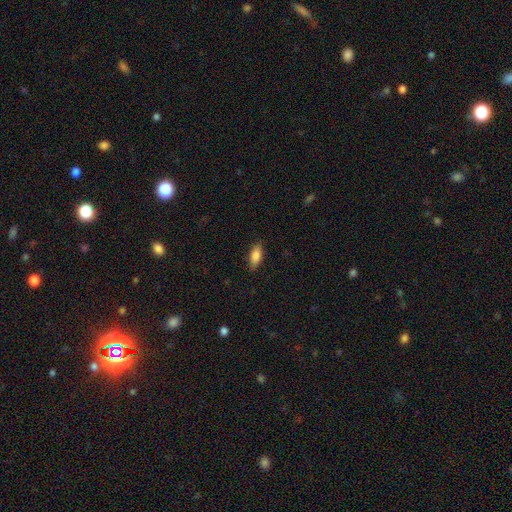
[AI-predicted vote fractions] Morphology: type=smooth (83%); roundness=in between (80%); merging=none (85%).